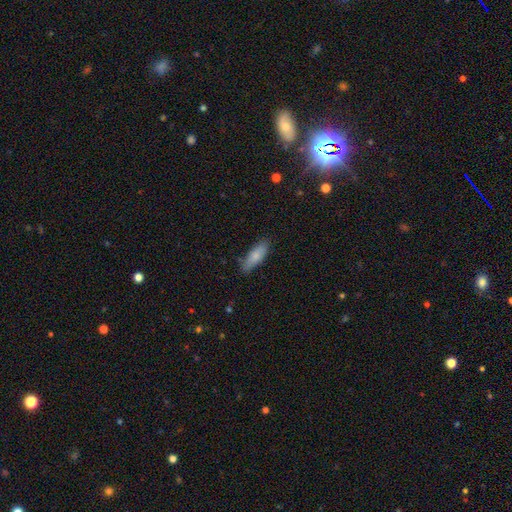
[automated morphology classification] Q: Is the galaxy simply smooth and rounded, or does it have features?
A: smooth — 79%.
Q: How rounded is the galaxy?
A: in between — 56%.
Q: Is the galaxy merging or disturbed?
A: none — 81%.